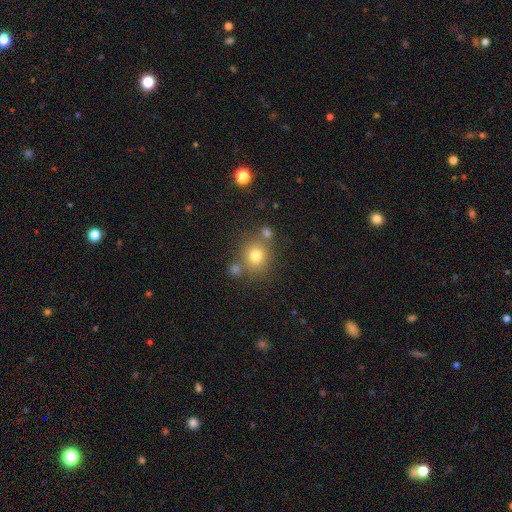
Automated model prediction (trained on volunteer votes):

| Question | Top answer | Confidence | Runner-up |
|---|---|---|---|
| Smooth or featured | smooth | 74% | star or artifact (15%) |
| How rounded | round | 83% | in between (16%) |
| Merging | none | 69% | merger (15%) |